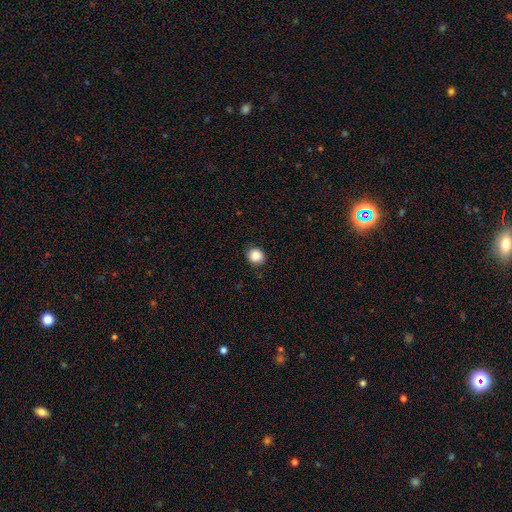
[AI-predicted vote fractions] Smooth or featured: smooth — 88% (star or artifact — 9%)
How rounded: round — 79% (in between — 20%)
Merging: none — 89% (minor disturbance — 8%)